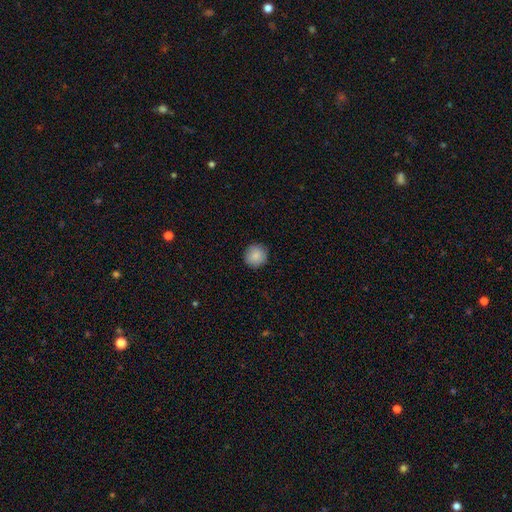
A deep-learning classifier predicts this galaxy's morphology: smooth_or_featured: smooth (p=0.87) [alt: star or artifact p=0.08]
how_rounded: round (p=0.93) [alt: in between p=0.06]
merging: none (p=0.91) [alt: minor disturbance p=0.07]